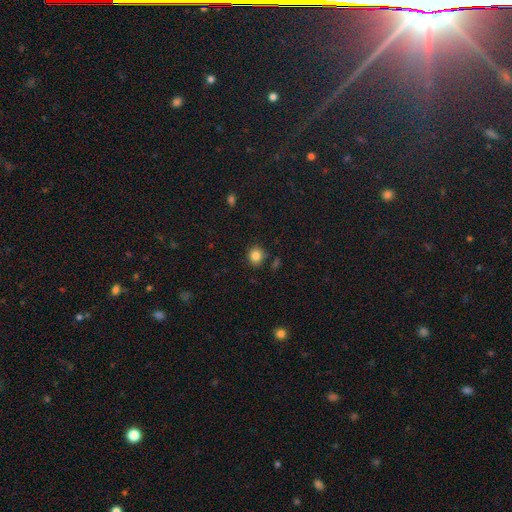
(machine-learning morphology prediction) Smooth or featured? smooth (84%)
How rounded? round (80%)
Merging? none (82%)